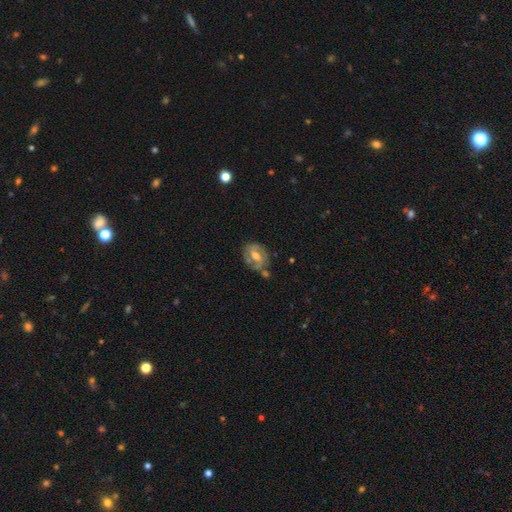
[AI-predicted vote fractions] Q: Smooth or featured?
A: featured or disk (62%); runner-up: smooth (30%)
Q: Edge-on disk?
A: no (95%); runner-up: yes (5%)
Q: Bar?
A: weak (48%); runner-up: no (31%)
Q: Spiral arms?
A: yes (66%); runner-up: no (34%)
Q: Bulge size?
A: moderate (69%); runner-up: small (19%)
Q: Merging?
A: none (59%); runner-up: minor disturbance (21%)